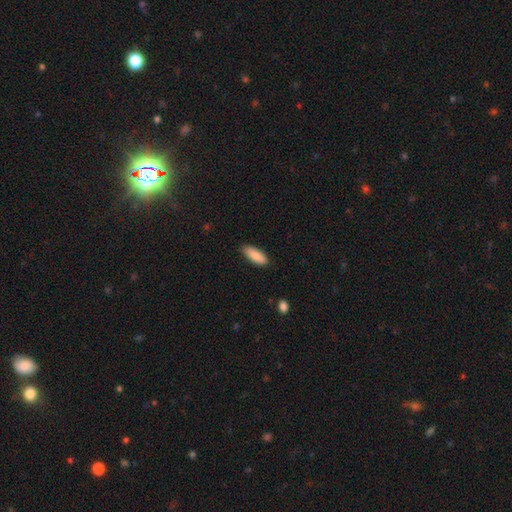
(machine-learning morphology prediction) The model was most divided on "how rounded": in between: 71%, cigar-shaped: 27%, round: 2%. More confident: smooth or featured — smooth (89%); merging — none (82%).